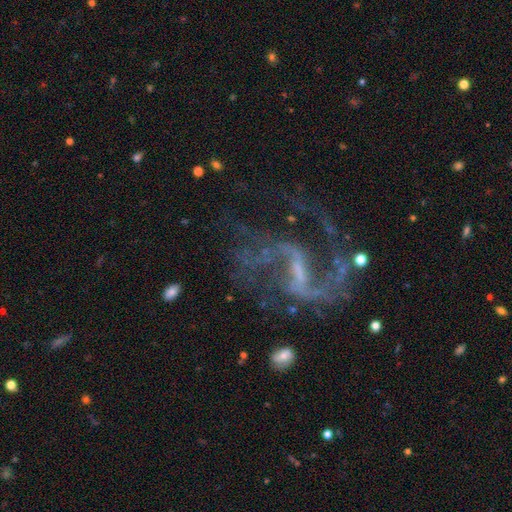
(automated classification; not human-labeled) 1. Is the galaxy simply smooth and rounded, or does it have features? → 87% featured or disk, 9% star or artifact, 4% smooth.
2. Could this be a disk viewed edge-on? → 97% no, 3% yes.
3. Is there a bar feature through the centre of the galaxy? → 50% weak, 33% strong, 18% no.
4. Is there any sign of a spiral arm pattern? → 94% yes, 6% no.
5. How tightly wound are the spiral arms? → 62% loose, 31% medium, 7% tight.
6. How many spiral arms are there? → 78% 2, 7% can't tell, 5% 3, 5% 1, 3% 4, 3% more than 4.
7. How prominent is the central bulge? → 45% small, 37% none, 16% moderate, 2% large, 1% dominant.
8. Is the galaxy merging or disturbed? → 49% none, 30% major disturbance, 16% minor disturbance, 6% merger.